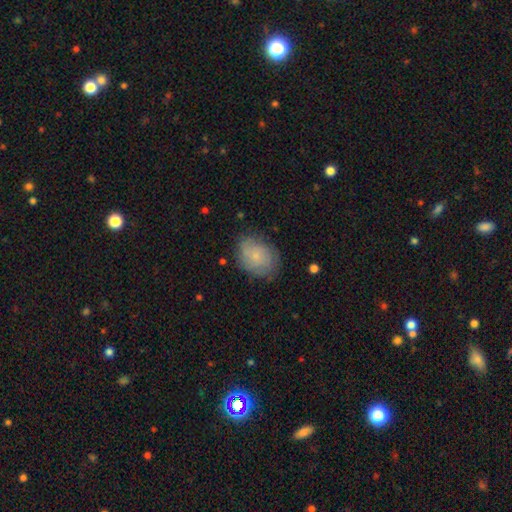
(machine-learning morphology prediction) A smooth galaxy with no disk features (61%) that is in between round and cigar-shaped (60%).

Vote fractions:
- Smooth or featured? smooth: 61% / featured or disk: 31% / star or artifact: 8%
- How rounded? in between: 60% / round: 39% / cigar-shaped: 1%
- Merging? none: 72% / minor disturbance: 21% / major disturbance: 6% / merger: 1%